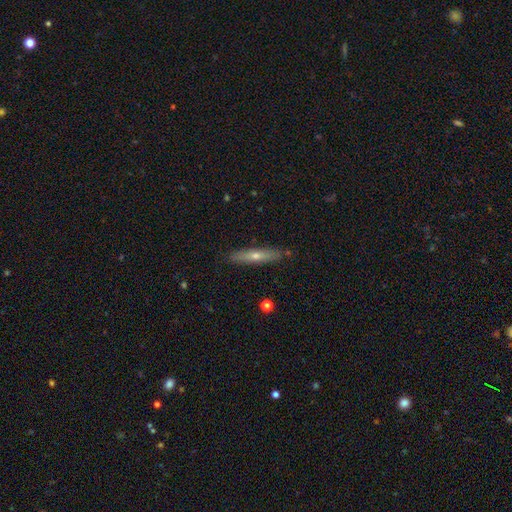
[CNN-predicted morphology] Q: Smooth or featured?
A: featured or disk (49%); runner-up: smooth (45%)
Q: Merging?
A: none (88%); runner-up: minor disturbance (9%)